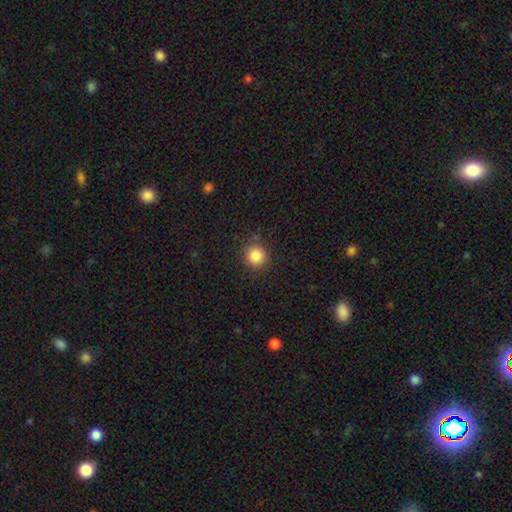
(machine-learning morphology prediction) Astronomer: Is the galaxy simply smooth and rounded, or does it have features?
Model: smooth — 85%.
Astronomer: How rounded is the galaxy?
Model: round — 91%.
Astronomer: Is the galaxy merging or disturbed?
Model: none — 86%.